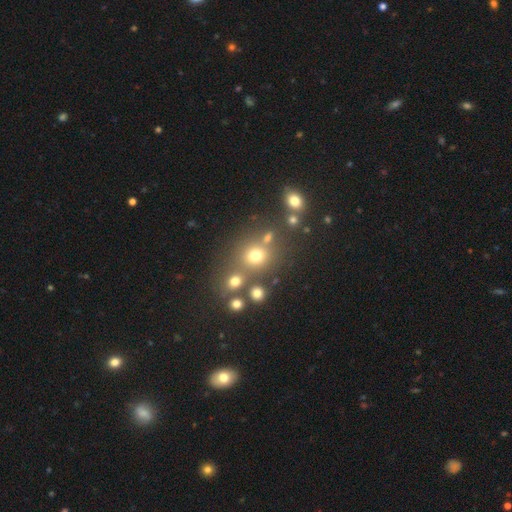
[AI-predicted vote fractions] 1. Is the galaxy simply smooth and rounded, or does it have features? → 69% smooth, 22% star or artifact, 9% featured or disk.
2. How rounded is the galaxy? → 83% round, 16% in between, 1% cigar-shaped.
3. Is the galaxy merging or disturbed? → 65% none, 20% merger, 10% minor disturbance, 5% major disturbance.